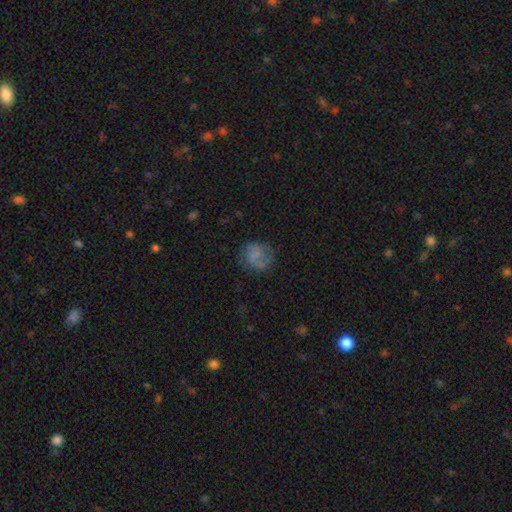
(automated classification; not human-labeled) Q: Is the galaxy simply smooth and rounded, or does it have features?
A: smooth — 59%.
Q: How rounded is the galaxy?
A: round — 73%.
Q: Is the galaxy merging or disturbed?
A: none — 60%.